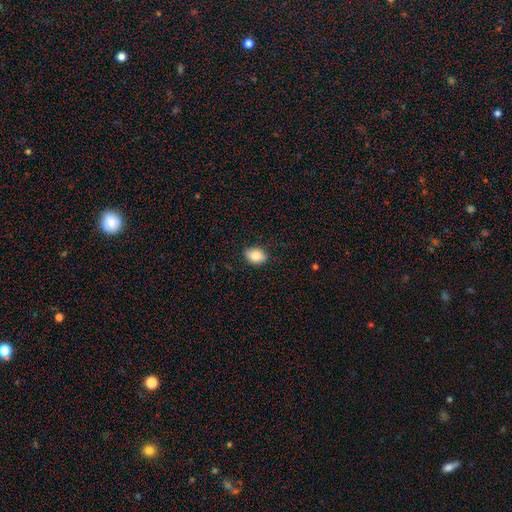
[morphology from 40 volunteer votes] Smooth or featured? smooth (88%)
How rounded? in between (77%)
Merging? none (90%)